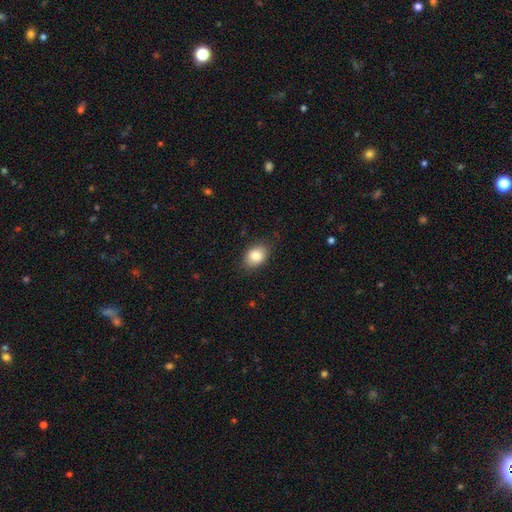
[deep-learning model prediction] Overall: smooth (84%). How rounded: in between (75%). Merging: none (82%).